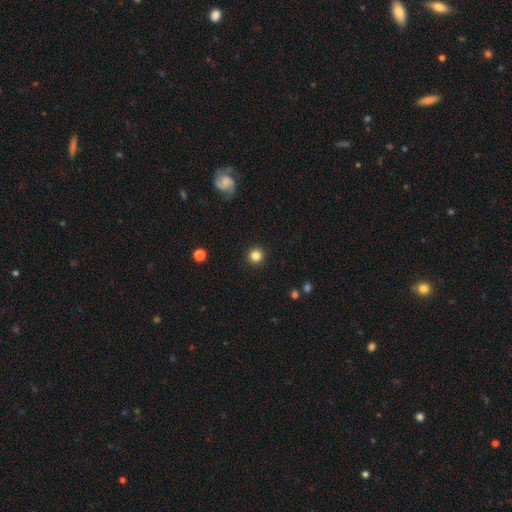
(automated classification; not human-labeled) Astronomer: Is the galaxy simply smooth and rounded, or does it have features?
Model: smooth — 84%.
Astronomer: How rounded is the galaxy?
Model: round — 95%.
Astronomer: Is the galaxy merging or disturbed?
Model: none — 92%.